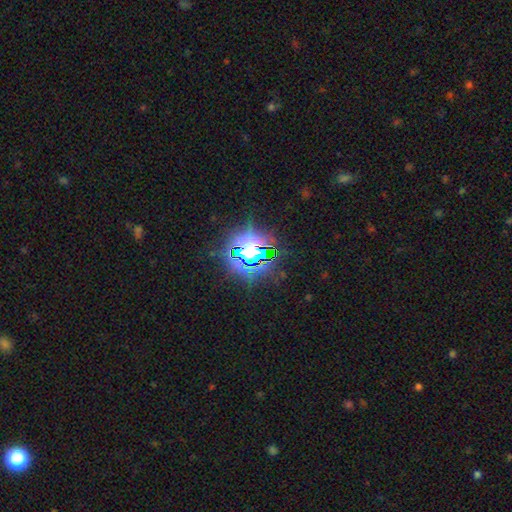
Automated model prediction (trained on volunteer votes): This appears to be a star or artifact, not a galaxy (75%).